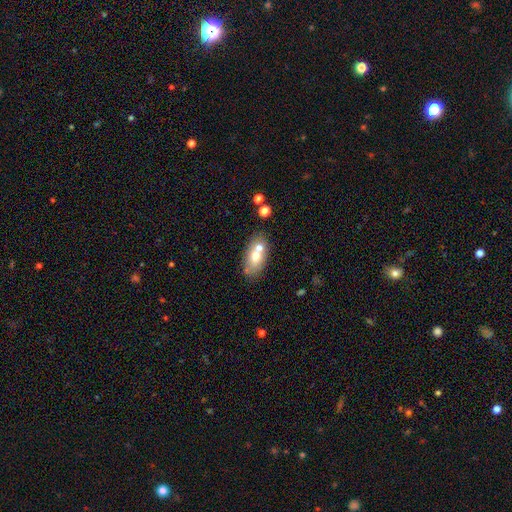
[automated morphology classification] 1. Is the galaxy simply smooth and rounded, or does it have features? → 63% smooth, 28% featured or disk, 9% star or artifact.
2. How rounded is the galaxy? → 86% in between, 11% round, 4% cigar-shaped.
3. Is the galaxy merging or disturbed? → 54% none, 31% merger, 12% minor disturbance, 4% major disturbance.